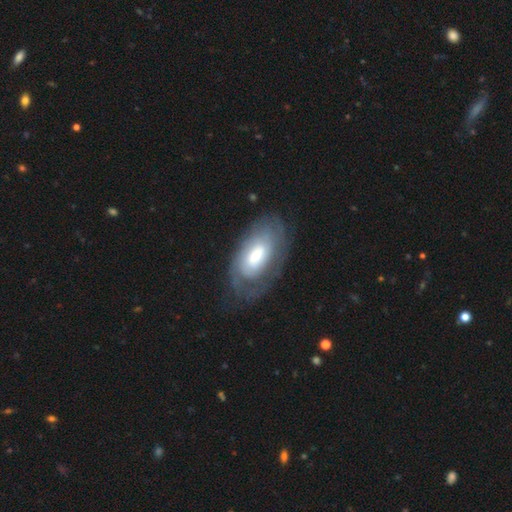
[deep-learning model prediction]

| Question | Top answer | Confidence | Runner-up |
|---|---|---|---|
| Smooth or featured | featured or disk | 63% | smooth (30%) |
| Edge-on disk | no | 92% | yes (8%) |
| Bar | no | 55% | weak (35%) |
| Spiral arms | yes | 71% | no (29%) |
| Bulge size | moderate | 51% | small (29%) |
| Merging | none | 66% | minor disturbance (20%) |